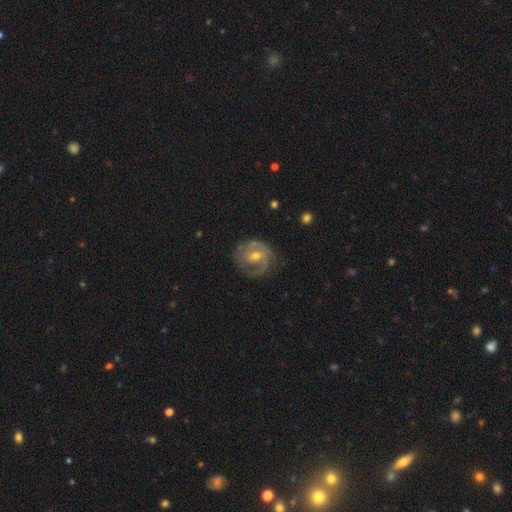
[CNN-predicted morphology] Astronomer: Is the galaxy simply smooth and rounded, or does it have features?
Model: featured or disk — 79%.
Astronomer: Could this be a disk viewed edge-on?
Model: no — 97%.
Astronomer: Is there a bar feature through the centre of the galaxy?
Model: no — 47% (runner-up: weak, 42%).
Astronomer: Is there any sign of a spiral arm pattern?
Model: yes — 91%.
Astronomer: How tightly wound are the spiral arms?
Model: tight — 52% (runner-up: medium, 36%).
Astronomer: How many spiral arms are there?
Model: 2 — 45% (runner-up: can't tell, 22%).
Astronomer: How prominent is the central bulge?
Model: moderate — 58% (runner-up: small, 38%).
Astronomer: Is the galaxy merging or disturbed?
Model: none — 70%.